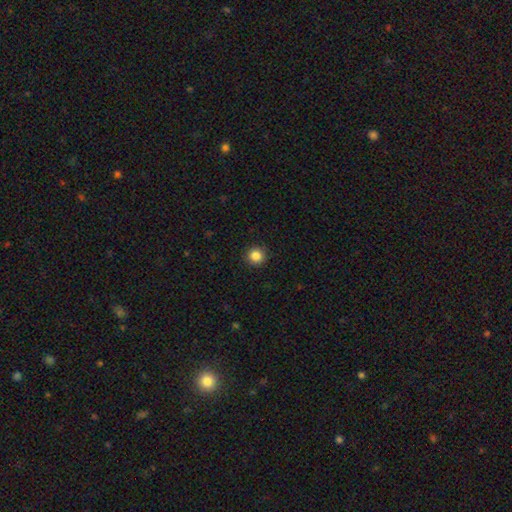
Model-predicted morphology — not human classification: This appears to be a smooth galaxy with no disk features (86%) that is round (94%). Merging: none (92%).